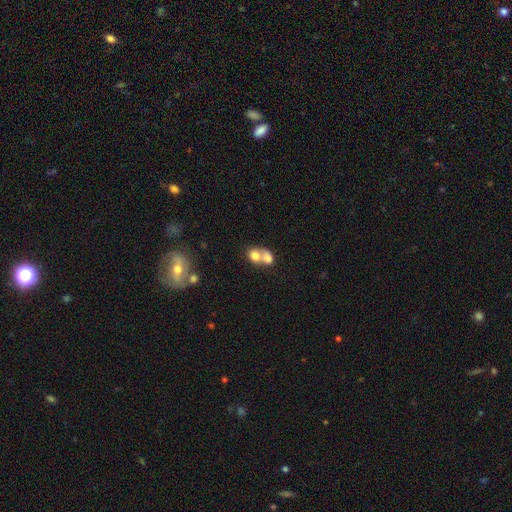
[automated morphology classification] Smooth or featured? smooth (72%)
How rounded? round (52%)
Merging? merger (72%)